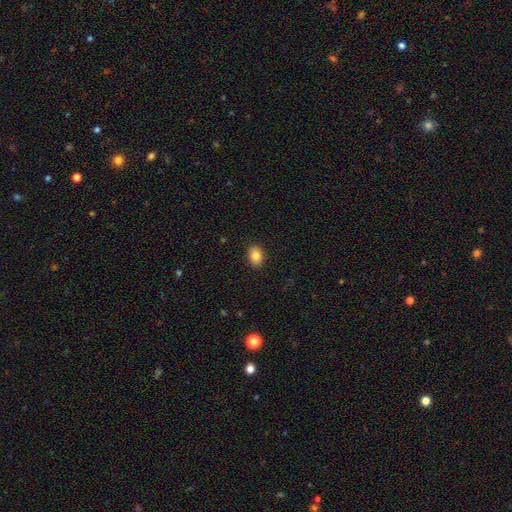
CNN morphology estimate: Q: Smooth or featured?
A: smooth (83%); runner-up: star or artifact (9%)
Q: How rounded?
A: in between (75%); runner-up: round (24%)
Q: Merging?
A: none (90%); runner-up: minor disturbance (7%)